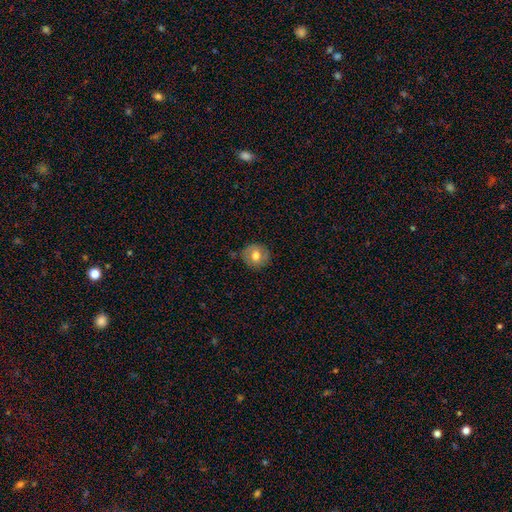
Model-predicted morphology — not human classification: smooth_or_featured: smooth (p=0.69) [alt: featured or disk p=0.23]
how_rounded: round (p=0.85) [alt: in between p=0.14]
merging: none (p=0.78) [alt: minor disturbance p=0.16]